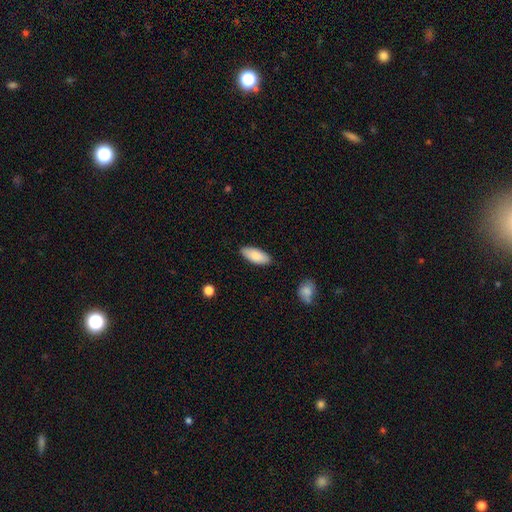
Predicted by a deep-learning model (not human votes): Morphology: type=smooth (83%); roundness=in between (83%); merging=none (86%).